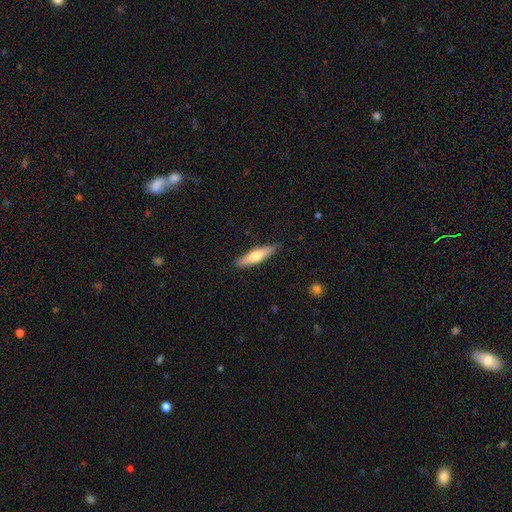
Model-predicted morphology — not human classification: Q: Smooth or featured?
A: smooth (59%); runner-up: featured or disk (36%)
Q: How rounded?
A: cigar-shaped (74%); runner-up: in between (24%)
Q: Merging?
A: none (88%); runner-up: minor disturbance (9%)